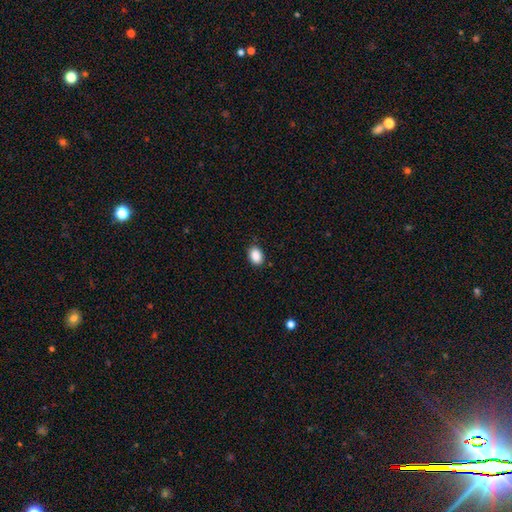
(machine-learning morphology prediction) A smooth galaxy with no disk features (89%) that is in between round and cigar-shaped (78%).

Vote fractions:
- Smooth or featured? smooth: 89% / star or artifact: 8% / featured or disk: 3%
- How rounded? in between: 78% / round: 21% / cigar-shaped: 1%
- Merging? none: 86% / minor disturbance: 11% / major disturbance: 2% / merger: 1%